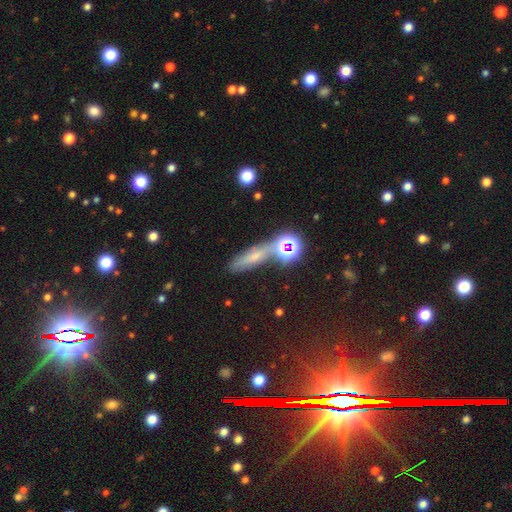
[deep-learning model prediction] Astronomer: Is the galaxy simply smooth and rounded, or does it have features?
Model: smooth — 45% (runner-up: star or artifact, 33%).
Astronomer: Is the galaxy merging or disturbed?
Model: none — 69%.